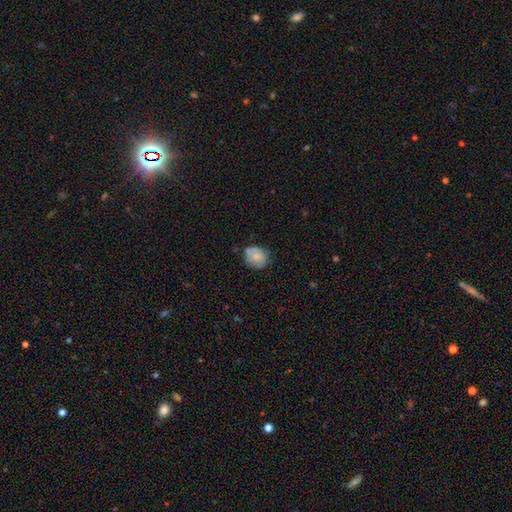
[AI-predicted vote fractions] This appears to be a smooth galaxy with no disk features (61%) that is round (67%). Merging: none (58%).